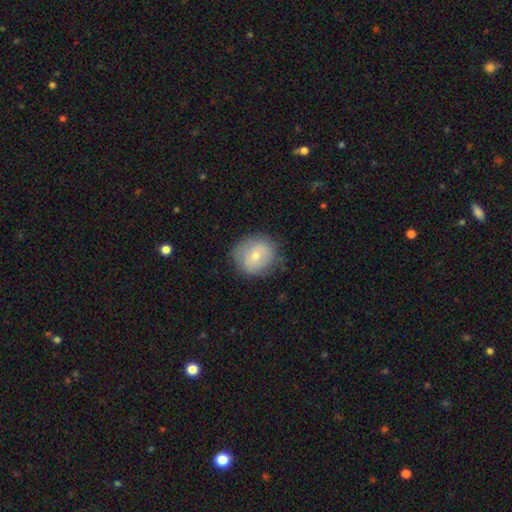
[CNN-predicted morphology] smooth_or_featured: smooth (p=0.61) [alt: featured or disk p=0.31]
how_rounded: round (p=0.82) [alt: in between p=0.17]
merging: none (p=0.74) [alt: minor disturbance p=0.19]